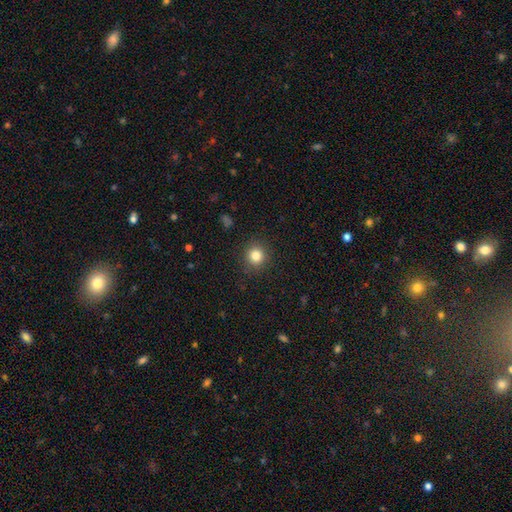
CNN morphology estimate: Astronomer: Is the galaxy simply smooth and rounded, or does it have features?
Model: smooth — 83%.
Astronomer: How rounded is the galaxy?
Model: round — 91%.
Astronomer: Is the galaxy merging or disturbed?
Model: none — 90%.